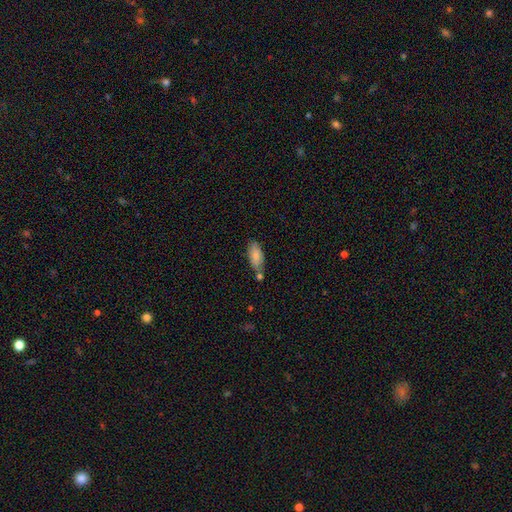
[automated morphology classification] A smooth galaxy with no disk features (81%) that is in between round and cigar-shaped (82%). Merging: none (53%).